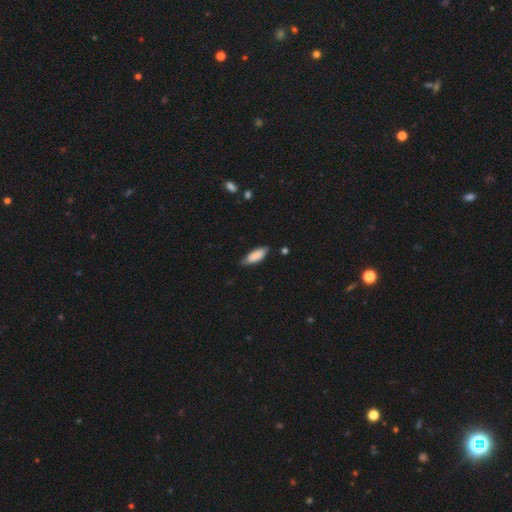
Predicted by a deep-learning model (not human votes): Overall: smooth (83%). How rounded: in between (74%). Merging: none (67%; minor disturbance 27%).